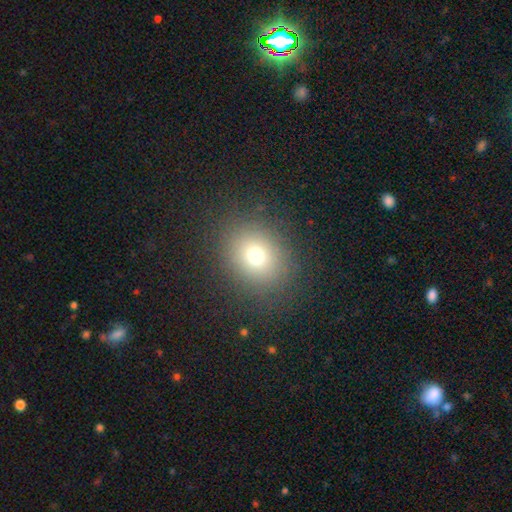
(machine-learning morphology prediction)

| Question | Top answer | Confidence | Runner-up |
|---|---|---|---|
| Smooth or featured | smooth | 73% | star or artifact (17%) |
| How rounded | round | 69% | in between (30%) |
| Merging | none | 87% | minor disturbance (8%) |